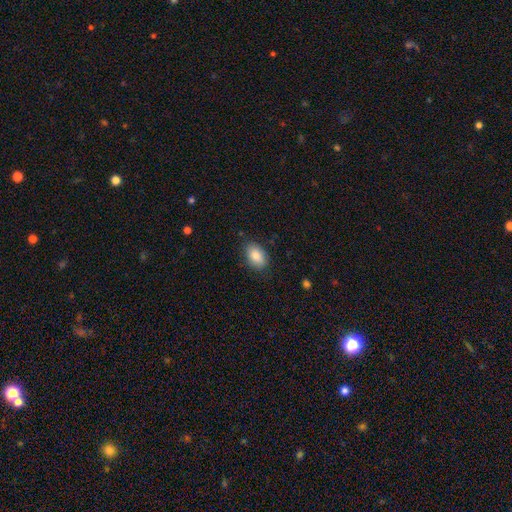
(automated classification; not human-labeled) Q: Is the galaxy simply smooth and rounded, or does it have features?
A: smooth — 86%.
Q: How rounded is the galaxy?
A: in between — 88%.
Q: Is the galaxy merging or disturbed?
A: none — 82%.